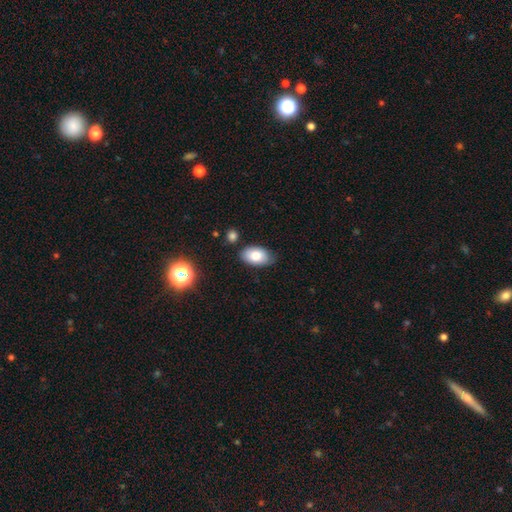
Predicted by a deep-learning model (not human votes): This is likely a smooth galaxy (80%). How rounded: clearly in between (93%). Merging: likely none (77%).